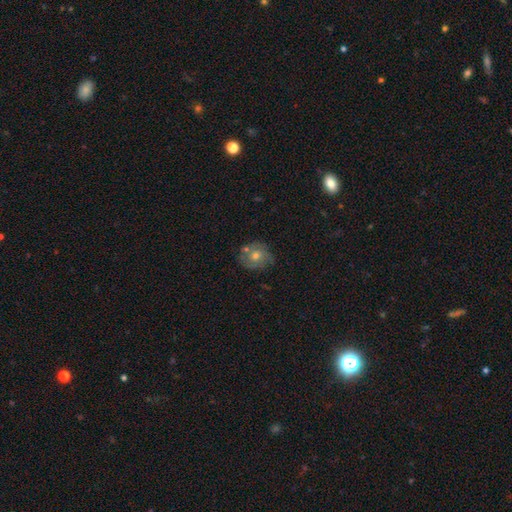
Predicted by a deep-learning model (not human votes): Q: Smooth or featured?
A: smooth (51%); runner-up: featured or disk (40%)
Q: How rounded?
A: round (78%); runner-up: in between (21%)
Q: Merging?
A: none (63%); runner-up: minor disturbance (21%)